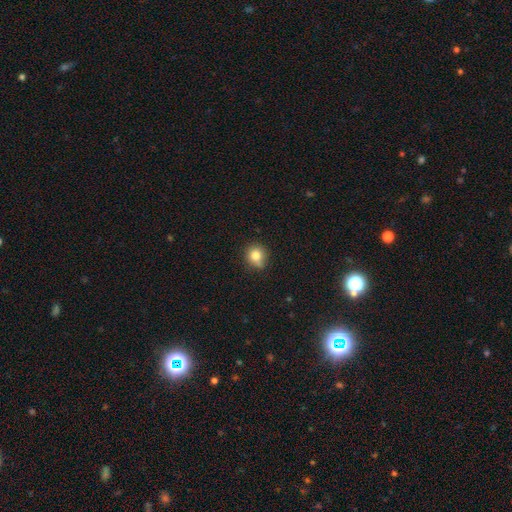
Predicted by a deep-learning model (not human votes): Q: Smooth or featured?
A: smooth (80%); runner-up: star or artifact (11%)
Q: How rounded?
A: round (84%); runner-up: in between (15%)
Q: Merging?
A: none (66%); runner-up: minor disturbance (25%)